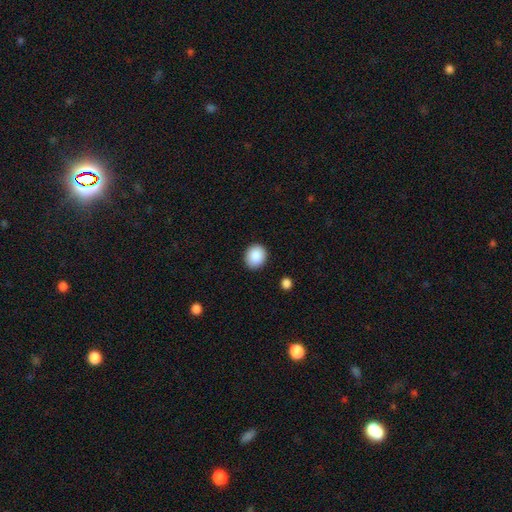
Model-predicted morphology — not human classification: Q: Smooth or featured?
A: smooth (88%); runner-up: star or artifact (8%)
Q: How rounded?
A: round (67%); runner-up: in between (32%)
Q: Merging?
A: none (89%); runner-up: minor disturbance (8%)